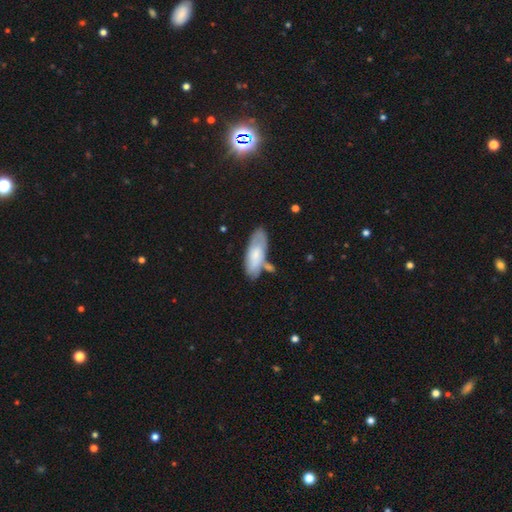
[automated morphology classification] This is likely a smooth galaxy (68%). How rounded: likely in between (73%). Merging: possibly none (58%).